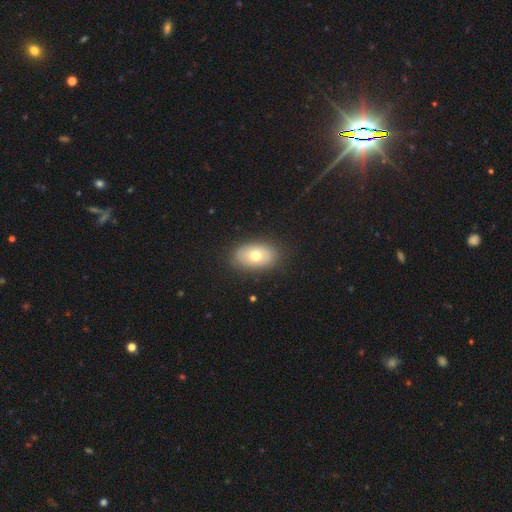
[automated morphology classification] Smooth or featured?
  - smooth: 64% *
  - featured or disk: 28%
  - star or artifact: 8%
How rounded?
  - in between: 87% *
  - round: 12%
  - cigar-shaped: 1%
Merging?
  - none: 86% *
  - minor disturbance: 10%
  - major disturbance: 3%
  - merger: 1%